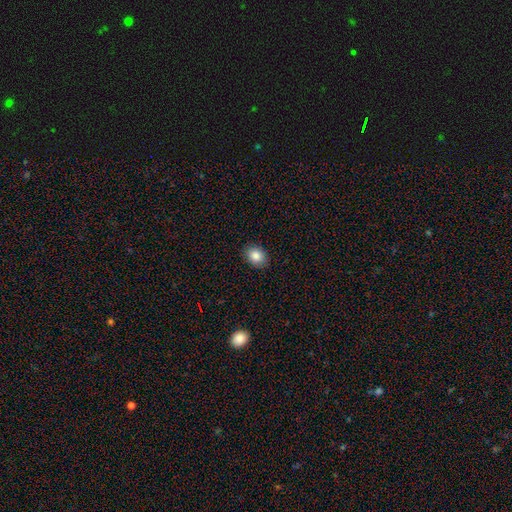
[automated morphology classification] smooth_or_featured: smooth (p=0.85) [alt: star or artifact p=0.09]
how_rounded: in between (p=0.62) [alt: round p=0.37]
merging: none (p=0.89) [alt: minor disturbance p=0.08]